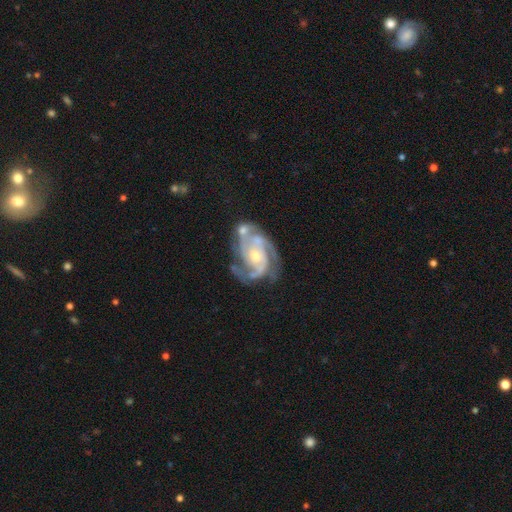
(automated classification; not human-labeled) Smooth or featured? Predicted: featured or disk (p=0.91). Edge-on disk? Predicted: no (p=0.98). Bar? Predicted: no (p=0.64). Spiral arms? Predicted: yes (p=0.97). Spiral winding? Predicted: tight (p=0.49). Spiral arm count? Predicted: 2 (p=0.39). Bulge size? Predicted: small (p=0.49). Merging? Predicted: none (p=0.50).